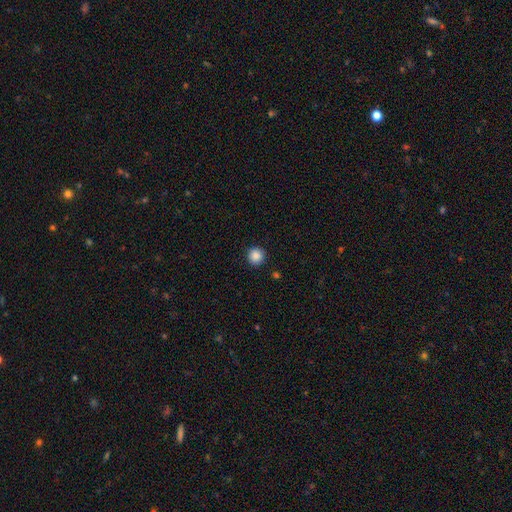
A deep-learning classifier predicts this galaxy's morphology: Smooth or featured?
  - smooth: 87% *
  - star or artifact: 10%
  - featured or disk: 3%
How rounded?
  - round: 95% *
  - in between: 4%
  - cigar-shaped: 1%
Merging?
  - none: 92% *
  - minor disturbance: 5%
  - major disturbance: 2%
  - merger: 1%